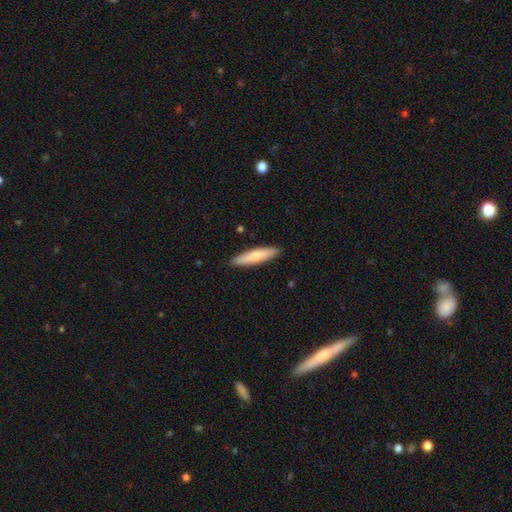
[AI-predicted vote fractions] Smooth or featured?
  - smooth: 75% *
  - featured or disk: 20%
  - star or artifact: 5%
How rounded?
  - cigar-shaped: 87% *
  - in between: 12%
  - round: 1%
Merging?
  - none: 90% *
  - minor disturbance: 7%
  - major disturbance: 1%
  - merger: 1%